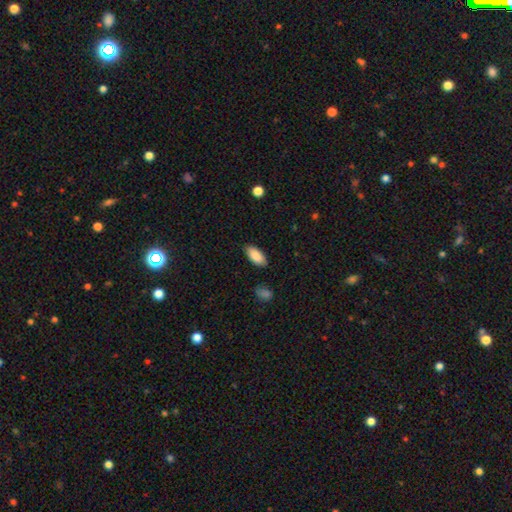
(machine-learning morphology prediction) The model was most divided on "merging": none: 86%, minor disturbance: 10%, major disturbance: 2%, merger: 1%. More confident: how rounded — in between (91%); smooth or featured — smooth (88%).